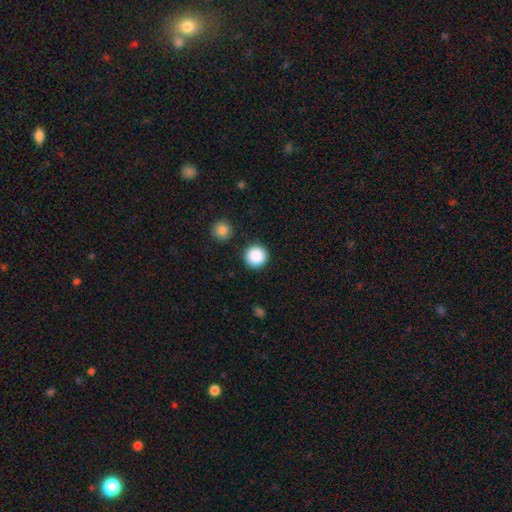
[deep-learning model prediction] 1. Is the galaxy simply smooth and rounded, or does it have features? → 88% smooth, 8% star or artifact, 4% featured or disk.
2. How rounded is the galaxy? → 96% round, 3% in between, 1% cigar-shaped.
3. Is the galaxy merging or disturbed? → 90% none, 5% minor disturbance, 2% merger, 2% major disturbance.